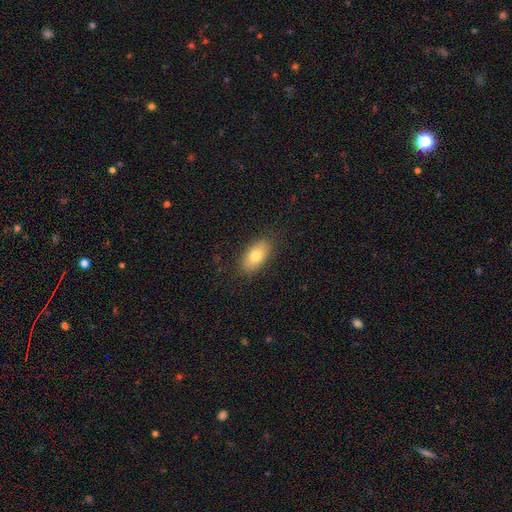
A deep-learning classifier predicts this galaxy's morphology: This is likely a smooth galaxy (77%). How rounded: clearly in between (91%). Merging: clearly none (87%).